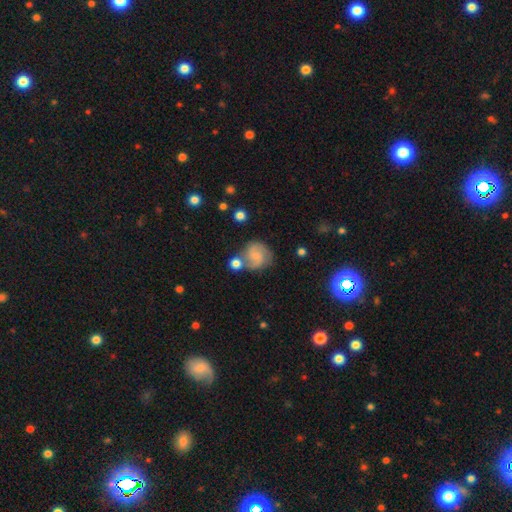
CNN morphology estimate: Smooth or featured?
  - featured or disk: 51% *
  - smooth: 40%
  - star or artifact: 9%
Edge-on disk?
  - no: 98% *
  - yes: 2%
Merging?
  - none: 52% *
  - merger: 21%
  - minor disturbance: 18%
  - major disturbance: 8%